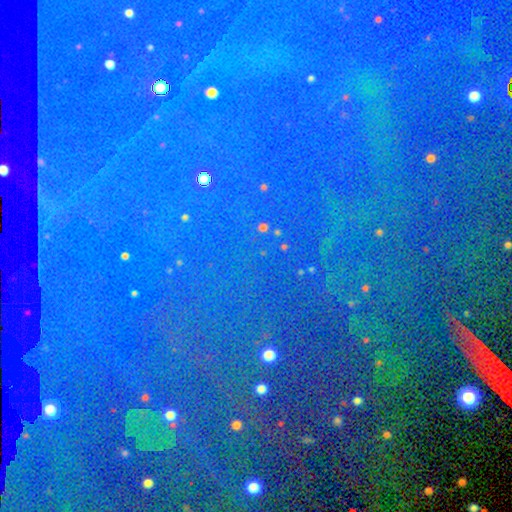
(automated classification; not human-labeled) smooth_or_featured: star or artifact (p=0.84) [alt: featured or disk p=0.08]